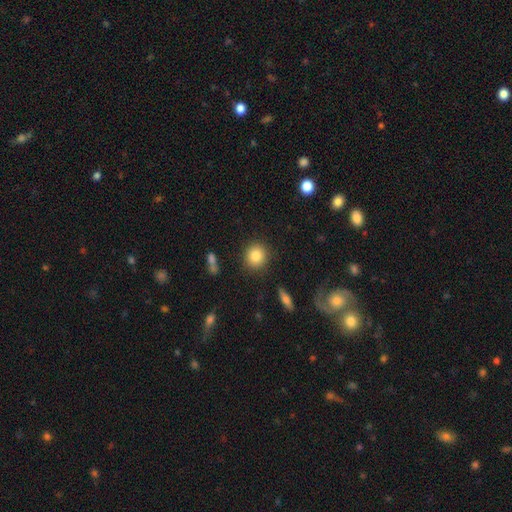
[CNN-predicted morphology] Smooth or featured?
  - smooth: 85% *
  - star or artifact: 8%
  - featured or disk: 7%
How rounded?
  - round: 83% *
  - in between: 16%
  - cigar-shaped: 1%
Merging?
  - none: 88% *
  - minor disturbance: 8%
  - major disturbance: 2%
  - merger: 2%